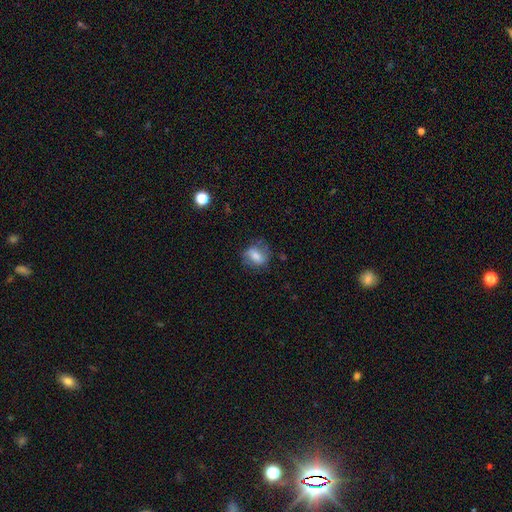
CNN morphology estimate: Smooth or featured? Predicted: smooth (p=0.66). How rounded? Predicted: in between (p=0.64). Merging? Predicted: none (p=0.66).